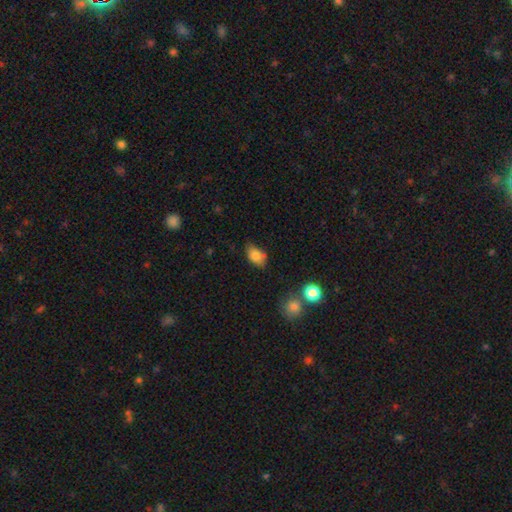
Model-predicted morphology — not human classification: Smooth or featured? Predicted: smooth (p=0.81). How rounded? Predicted: in between (p=0.87). Merging? Predicted: none (p=0.62).